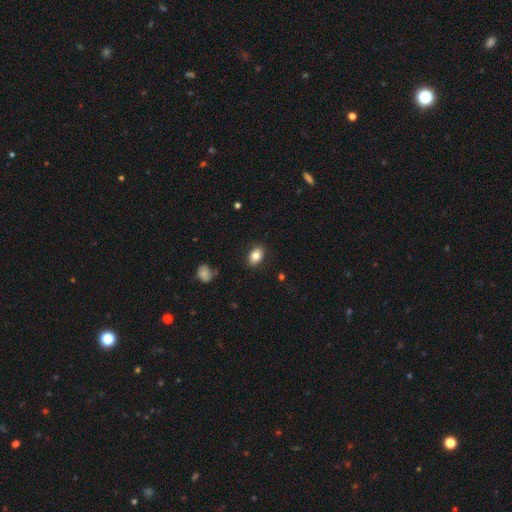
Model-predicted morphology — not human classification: Q: Smooth or featured?
A: smooth (82%); runner-up: featured or disk (10%)
Q: How rounded?
A: in between (82%); runner-up: round (16%)
Q: Merging?
A: none (86%); runner-up: minor disturbance (10%)